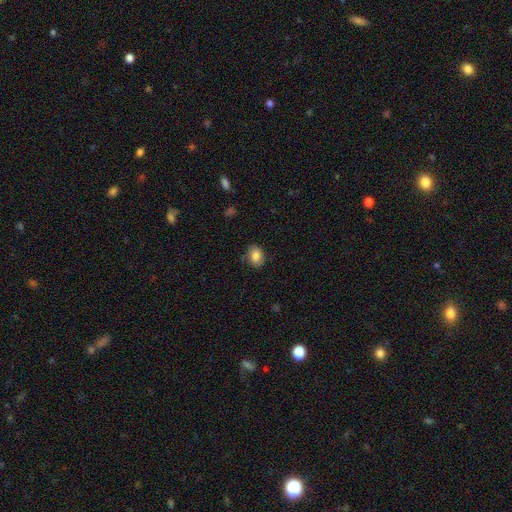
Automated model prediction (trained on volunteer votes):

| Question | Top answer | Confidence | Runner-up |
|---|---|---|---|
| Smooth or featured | smooth | 82% | featured or disk (9%) |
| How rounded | in between | 63% | round (36%) |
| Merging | none | 77% | minor disturbance (18%) |